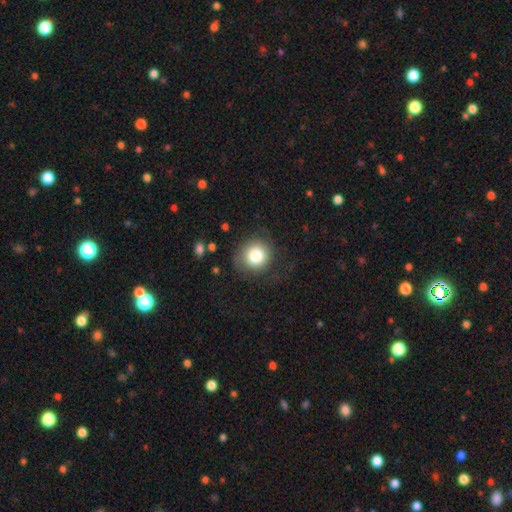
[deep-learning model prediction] Q: Smooth or featured?
A: smooth (80%); runner-up: featured or disk (12%)
Q: How rounded?
A: round (87%); runner-up: in between (12%)
Q: Merging?
A: none (73%); runner-up: minor disturbance (16%)